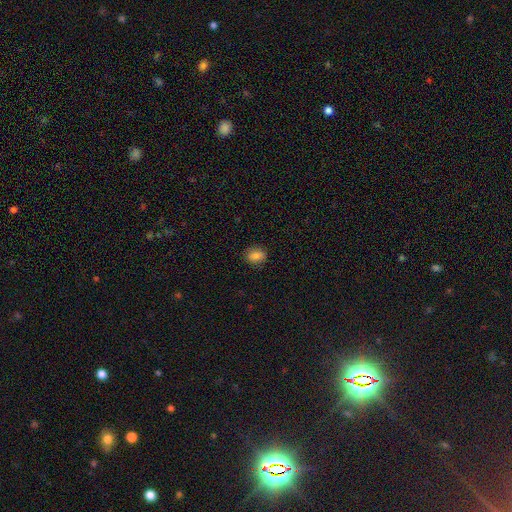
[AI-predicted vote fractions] Smooth or featured? smooth (83%)
How rounded? in between (50%)
Merging? none (85%)